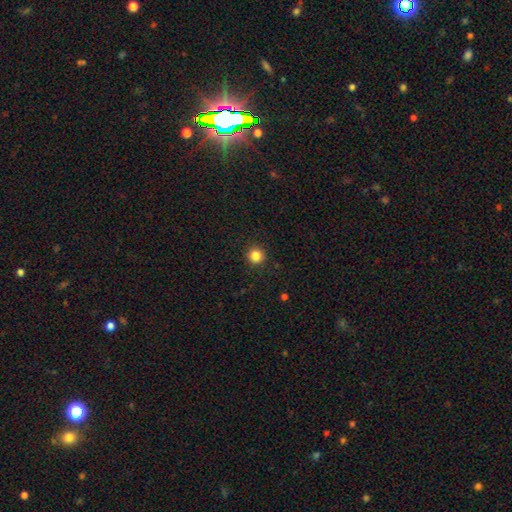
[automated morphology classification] Smooth or featured? Predicted: smooth (p=0.84). How rounded? Predicted: round (p=0.94). Merging? Predicted: none (p=0.92).